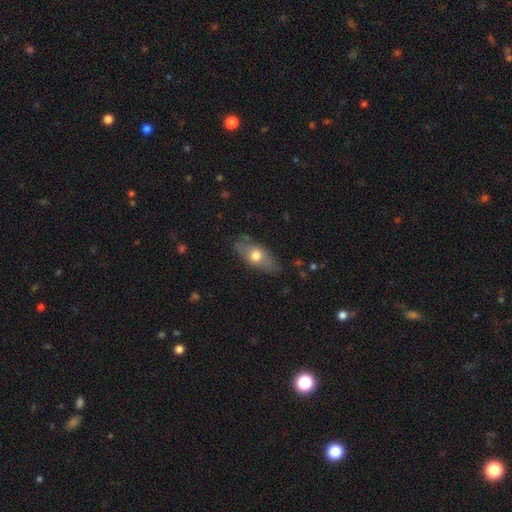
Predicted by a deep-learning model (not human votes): Q: Smooth or featured?
A: smooth (63%); runner-up: featured or disk (31%)
Q: How rounded?
A: in between (78%); runner-up: cigar-shaped (16%)
Q: Merging?
A: none (81%); runner-up: minor disturbance (14%)